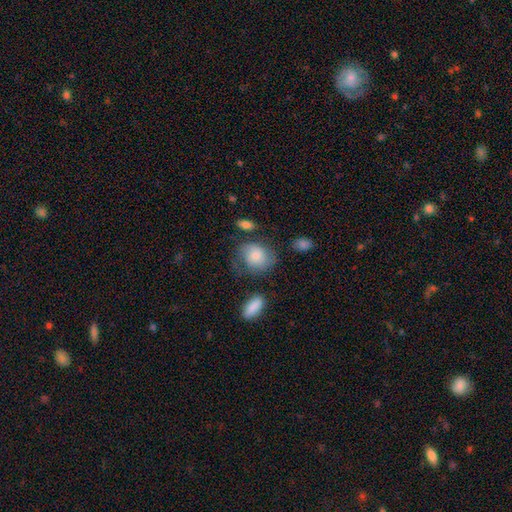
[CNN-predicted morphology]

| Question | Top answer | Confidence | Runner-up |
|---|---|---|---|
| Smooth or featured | smooth | 71% | featured or disk (22%) |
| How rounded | round | 55% | in between (43%) |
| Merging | none | 53% | minor disturbance (26%) |